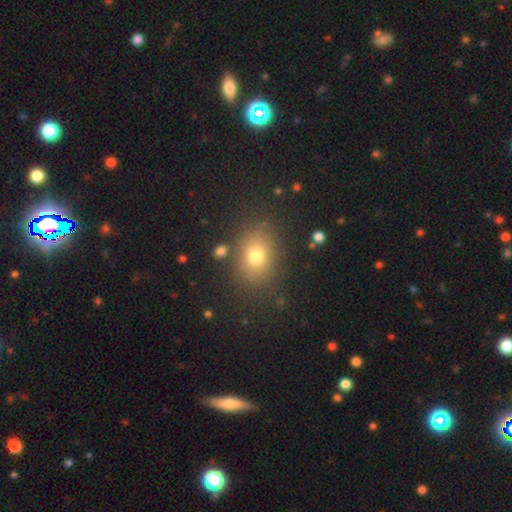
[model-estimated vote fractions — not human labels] Smooth or featured? Predicted: smooth (p=0.75). How rounded? Predicted: in between (p=0.57). Merging? Predicted: none (p=0.83).